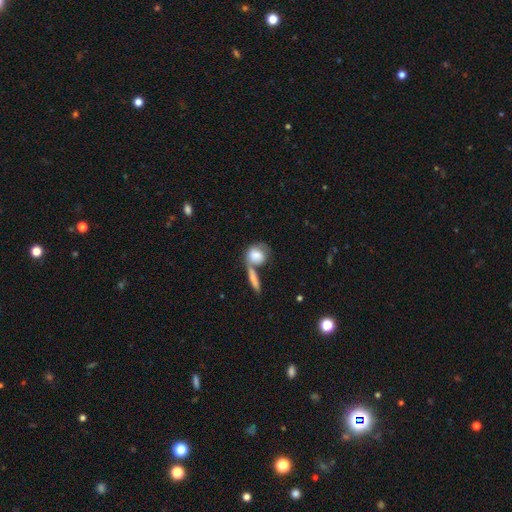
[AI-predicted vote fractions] Smooth or featured?
  - smooth: 74% *
  - featured or disk: 20%
  - star or artifact: 7%
How rounded?
  - round: 56% *
  - in between: 37%
  - cigar-shaped: 7%
Merging?
  - merger: 40% *
  - none: 36%
  - minor disturbance: 14%
  - major disturbance: 10%